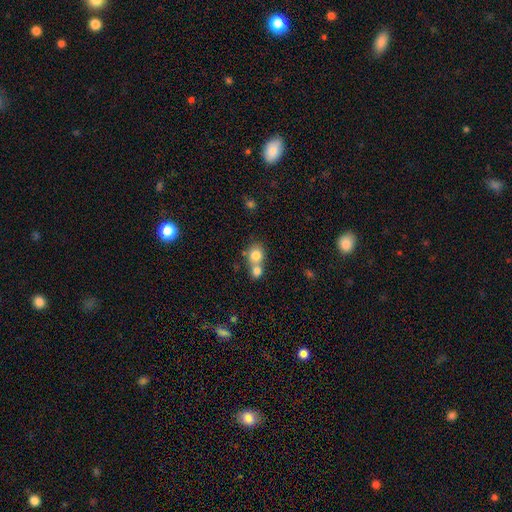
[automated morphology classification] smooth 78%, featured or disk 13%, star or artifact 9%. Down the decision tree: how rounded — round (75%); merging — merger (61%).